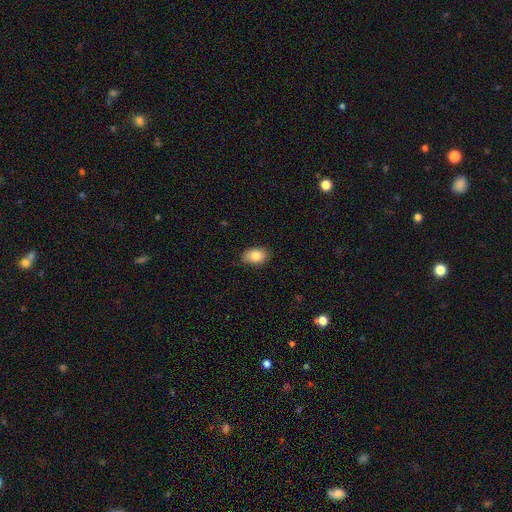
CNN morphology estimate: A smooth galaxy with no disk features (84%) that is in between round and cigar-shaped (87%). Merging: none (85%).